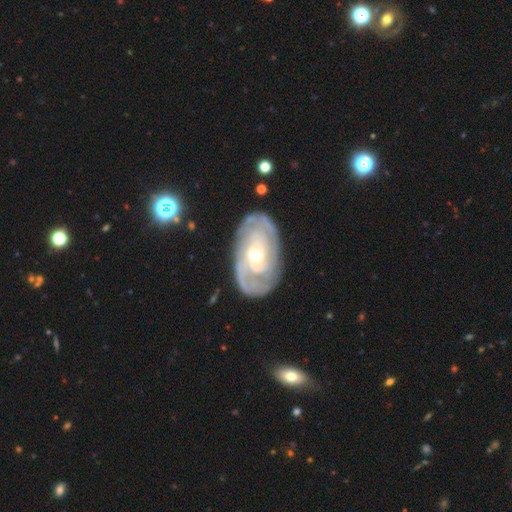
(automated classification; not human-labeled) smooth_or_featured: featured or disk (p=0.85) [alt: smooth p=0.10]
disk_edge_on: no (p=0.96) [alt: yes p=0.04]
bar: no (p=0.58) [alt: weak p=0.32]
has_spiral_arms: yes (p=0.92) [alt: no p=0.08]
spiral_winding: tight (p=0.68) [alt: medium p=0.25]
spiral_arm_count: 2 (p=0.40) [alt: can't tell p=0.31]
bulge_size: small (p=0.56) [alt: moderate p=0.40]
merging: none (p=0.79) [alt: minor disturbance p=0.15]